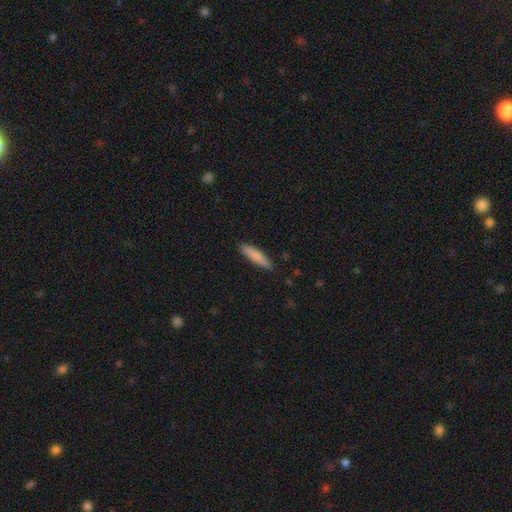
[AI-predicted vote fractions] This is clearly a smooth galaxy (83%). How rounded: clearly cigar-shaped (84%). Merging: clearly none (87%).